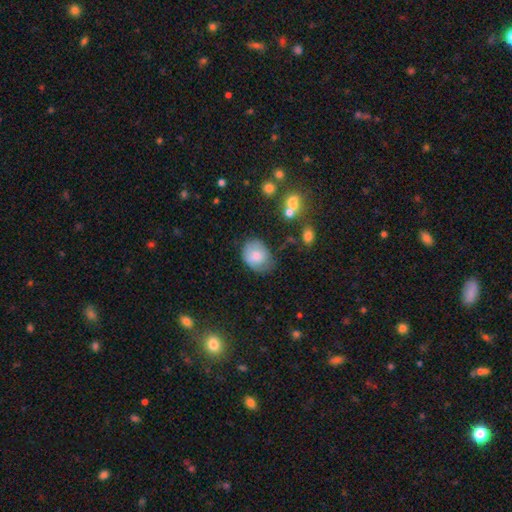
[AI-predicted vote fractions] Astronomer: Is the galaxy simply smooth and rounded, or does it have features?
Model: smooth — 75%.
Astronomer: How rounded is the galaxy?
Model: in between — 59% (runner-up: round, 40%).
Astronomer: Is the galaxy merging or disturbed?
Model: none — 56% (runner-up: minor disturbance, 32%).